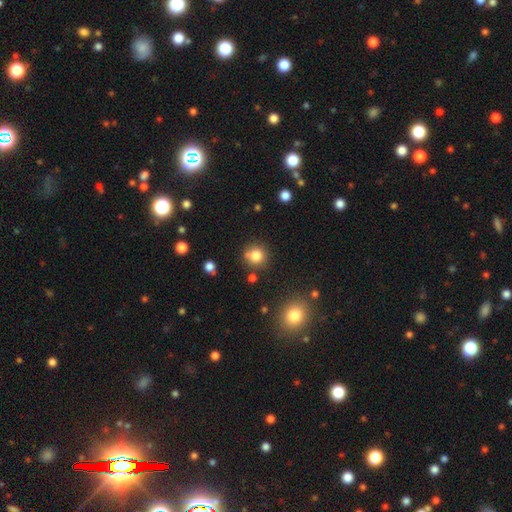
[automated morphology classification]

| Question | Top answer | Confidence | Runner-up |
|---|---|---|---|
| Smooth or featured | smooth | 81% | star or artifact (12%) |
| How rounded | round | 89% | in between (10%) |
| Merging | none | 74% | minor disturbance (13%) |